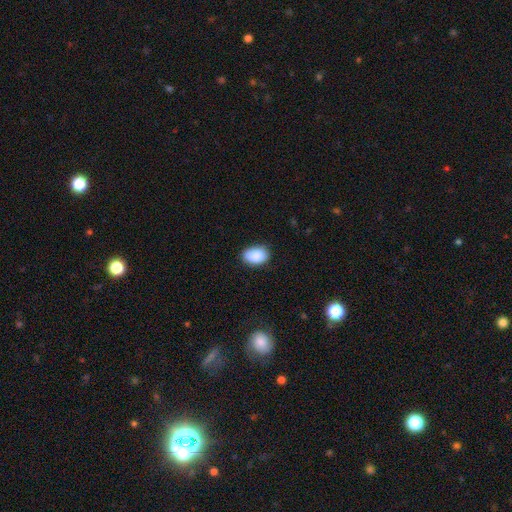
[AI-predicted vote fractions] This appears to be a smooth galaxy with no disk features (88%) that is in between round and cigar-shaped (86%). Merging: none (78%).